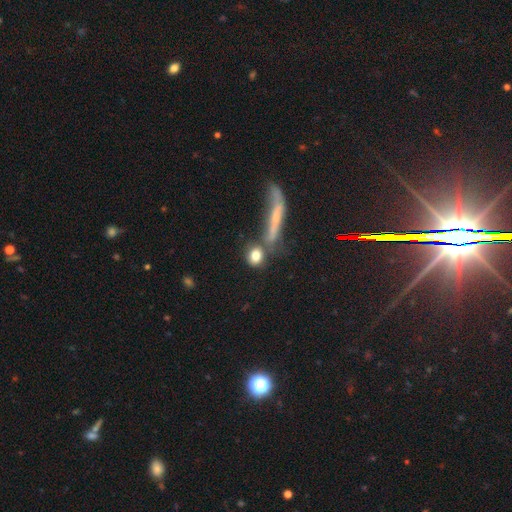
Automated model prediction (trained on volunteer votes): A smooth galaxy with no disk features (77%) that is round (65%). Merging: none (60%).